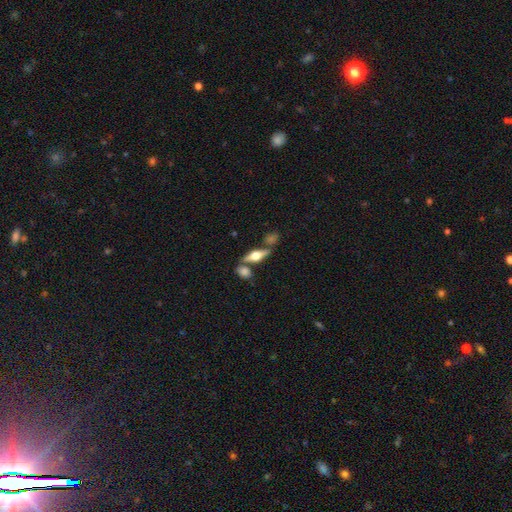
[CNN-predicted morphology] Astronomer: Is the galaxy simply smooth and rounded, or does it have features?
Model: featured or disk — 66%.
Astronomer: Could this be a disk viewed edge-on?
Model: yes — 94%.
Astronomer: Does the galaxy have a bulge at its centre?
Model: rounded — 93%.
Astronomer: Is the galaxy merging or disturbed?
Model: none — 71%.